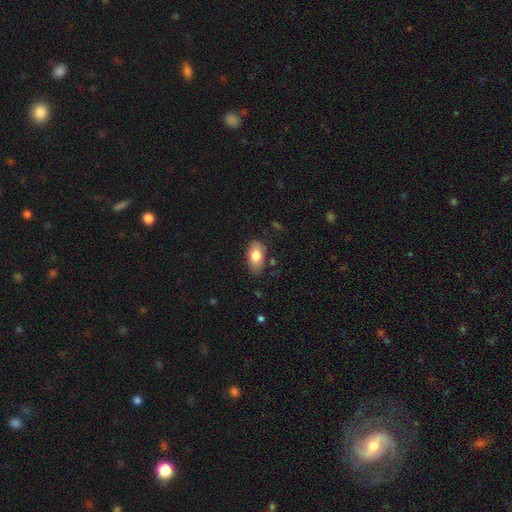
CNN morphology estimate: smooth 79%, featured or disk 14%, star or artifact 7%. Down the decision tree: how rounded — in between (92%); merging — none (79%).